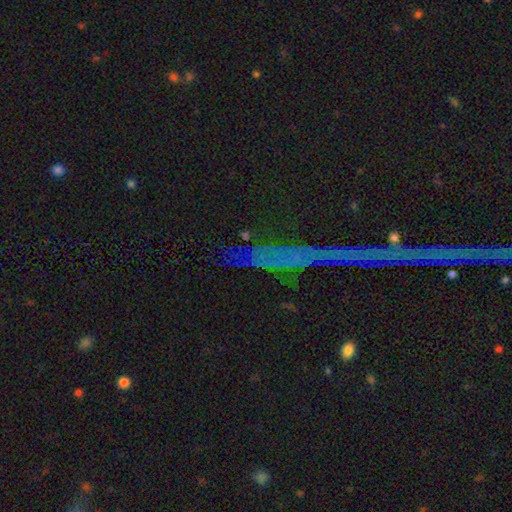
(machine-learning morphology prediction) Smooth or featured: star or artifact — 75% (featured or disk — 14%)